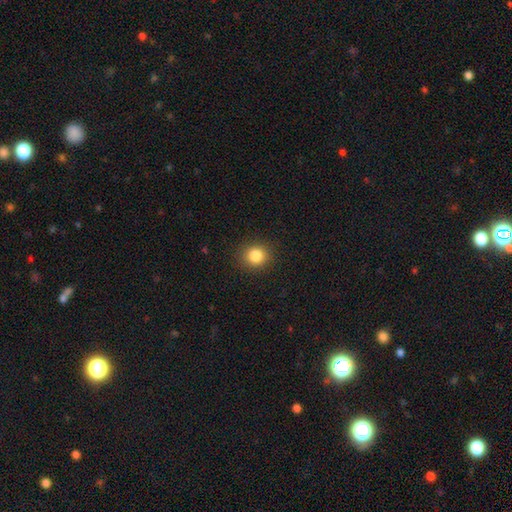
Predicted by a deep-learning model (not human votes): Morphology: type=smooth (84%); roundness=round (84%); merging=none (90%).